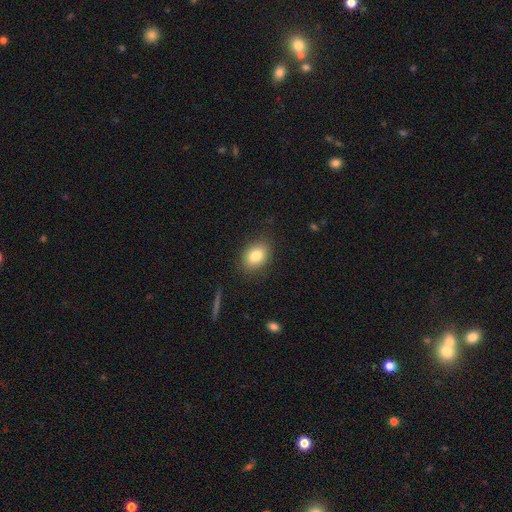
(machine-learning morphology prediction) smooth-or-featured: smooth: 82% | featured or disk: 9% | star or artifact: 9%
  how-rounded: in between: 72% | round: 27% | cigar-shaped: 1%
  merging: none: 85% | minor disturbance: 11% | major disturbance: 3% | merger: 1%